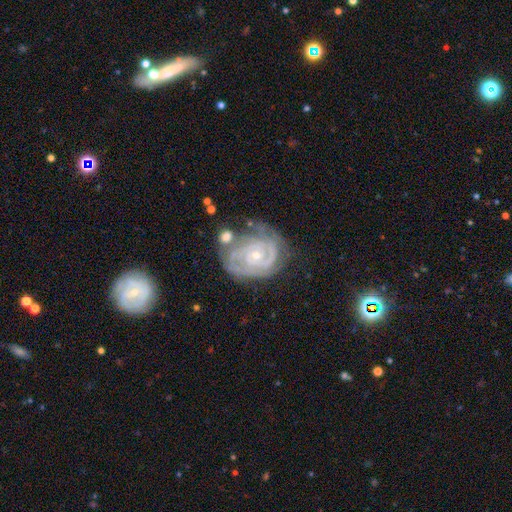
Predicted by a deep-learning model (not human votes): Smooth or featured? Predicted: featured or disk (p=0.87). Edge-on disk? Predicted: no (p=0.98). Bar? Predicted: no (p=0.75). Spiral arms? Predicted: yes (p=0.96). Spiral winding? Predicted: tight (p=0.75). Spiral arm count? Predicted: 2 (p=0.32). Bulge size? Predicted: small (p=0.74). Merging? Predicted: none (p=0.55).